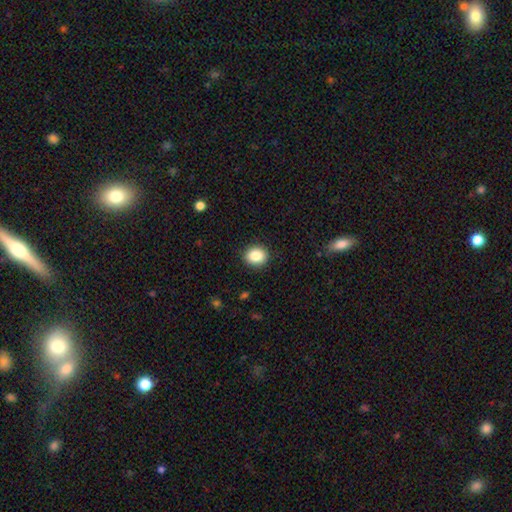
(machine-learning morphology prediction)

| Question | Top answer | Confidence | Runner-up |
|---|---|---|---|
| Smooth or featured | smooth | 86% | star or artifact (9%) |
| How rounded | round | 67% | in between (32%) |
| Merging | none | 90% | minor disturbance (7%) |